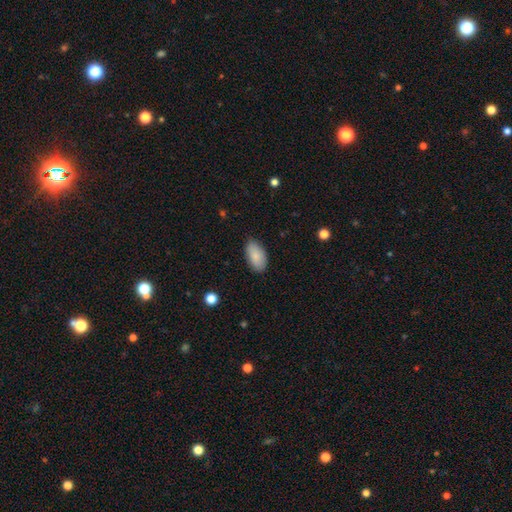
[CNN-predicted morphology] smooth-or-featured: smooth: 87% | star or artifact: 7% | featured or disk: 7%
  how-rounded: in between: 94% | round: 3% | cigar-shaped: 3%
  merging: none: 85% | minor disturbance: 12% | major disturbance: 2% | merger: 1%